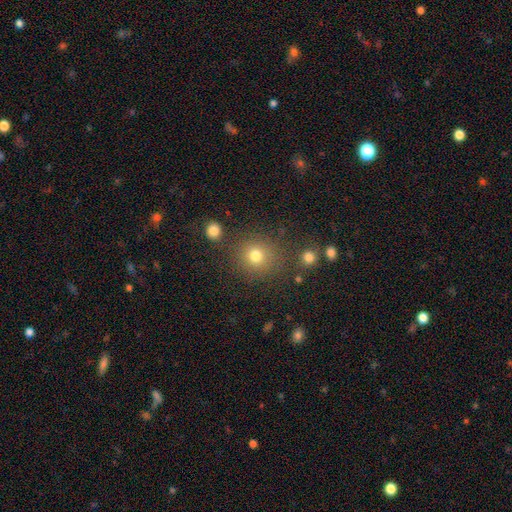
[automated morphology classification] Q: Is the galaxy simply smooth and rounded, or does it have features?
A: smooth — 78%.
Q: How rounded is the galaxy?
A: round — 90%.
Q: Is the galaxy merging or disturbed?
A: none — 83%.